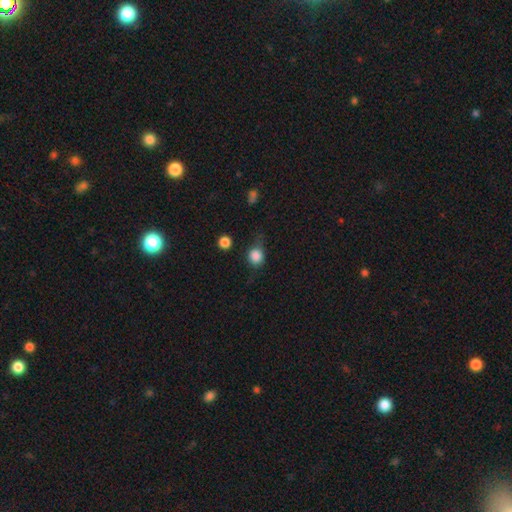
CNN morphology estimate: The model was most divided on "merging": none: 60%, minor disturbance: 26%, major disturbance: 10%, merger: 4%. More confident: how rounded — round (83%); smooth or featured — smooth (83%).